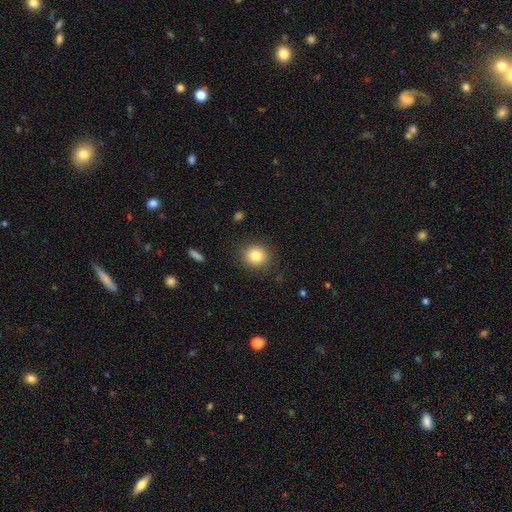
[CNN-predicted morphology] This appears to be a smooth galaxy with no disk features (82%) that is round (87%). Merging: none (88%).